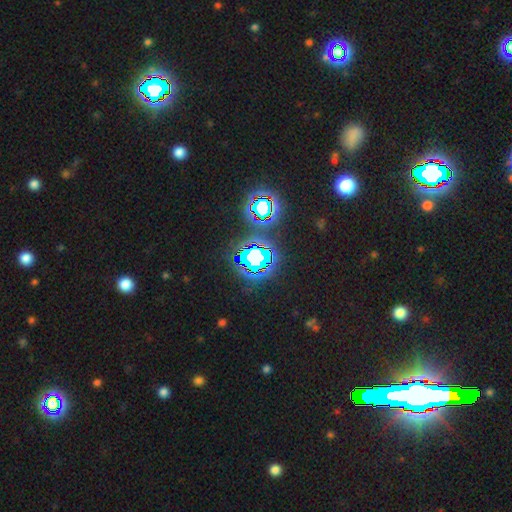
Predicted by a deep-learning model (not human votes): Morphology: type=star or artifact (68%).